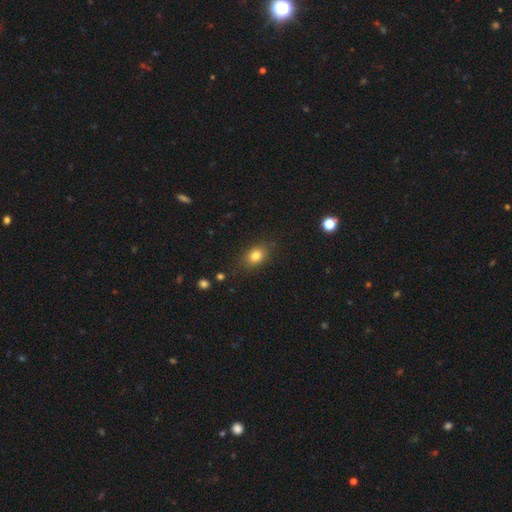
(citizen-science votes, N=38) This appears to be a smooth galaxy with no disk features (92%) that is in between round and cigar-shaped (63%). Merging: none (84%).